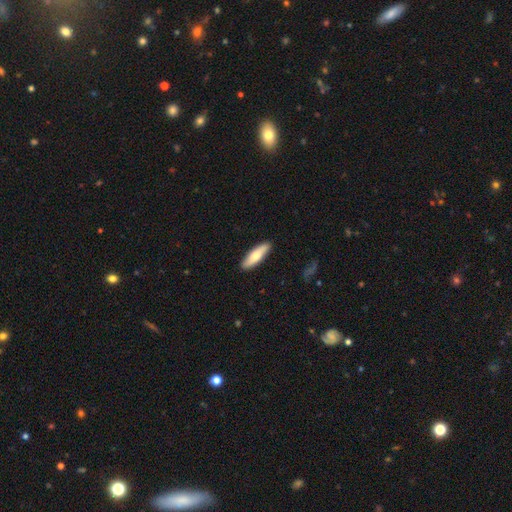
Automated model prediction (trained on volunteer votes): Smooth or featured? Predicted: smooth (p=0.70). How rounded? Predicted: cigar-shaped (p=0.60). Merging? Predicted: none (p=0.89).